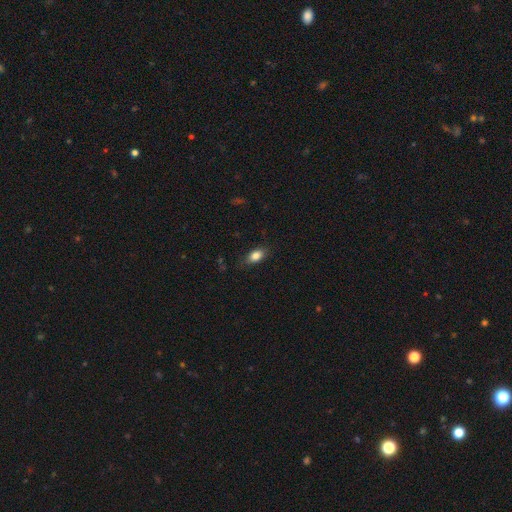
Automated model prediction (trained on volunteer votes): smooth_or_featured: smooth (p=0.84) [alt: featured or disk p=0.08]
how_rounded: in between (p=0.88) [alt: round p=0.07]
merging: none (p=0.82) [alt: minor disturbance p=0.14]